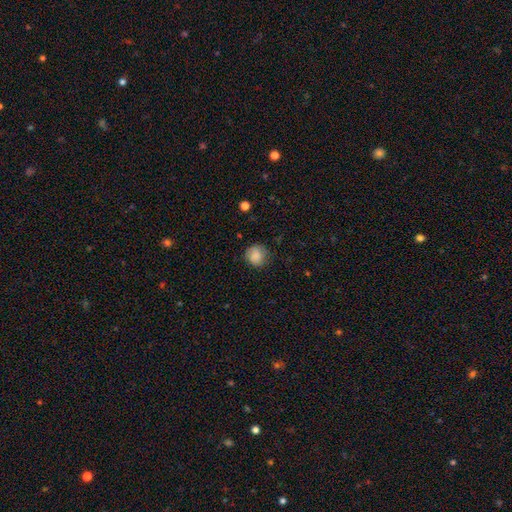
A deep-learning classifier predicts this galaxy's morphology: Overall: smooth (84%). How rounded: round (85%). Merging: none (74%).